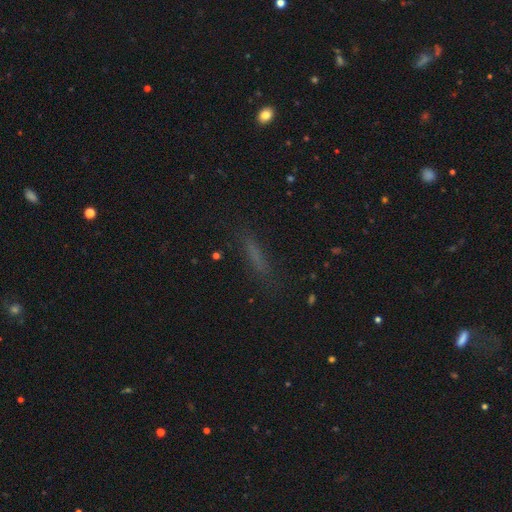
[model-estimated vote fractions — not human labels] smooth-or-featured: smooth: 62% | featured or disk: 20% | star or artifact: 18%
  how-rounded: cigar-shaped: 84% | in between: 13% | round: 2%
  merging: none: 80% | minor disturbance: 13% | major disturbance: 5% | merger: 2%